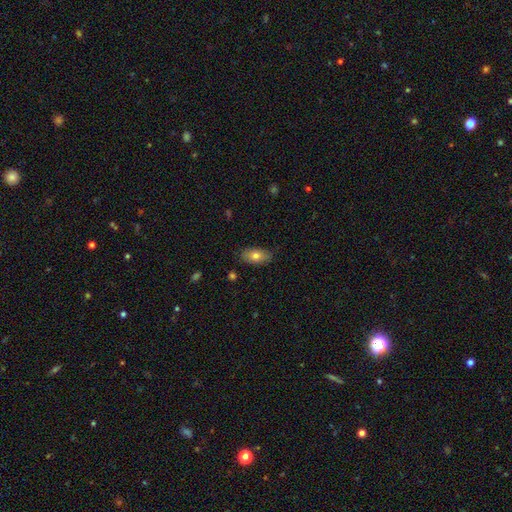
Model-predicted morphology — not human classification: Smooth or featured? Predicted: smooth (p=0.76). How rounded? Predicted: in between (p=0.91). Merging? Predicted: none (p=0.84).